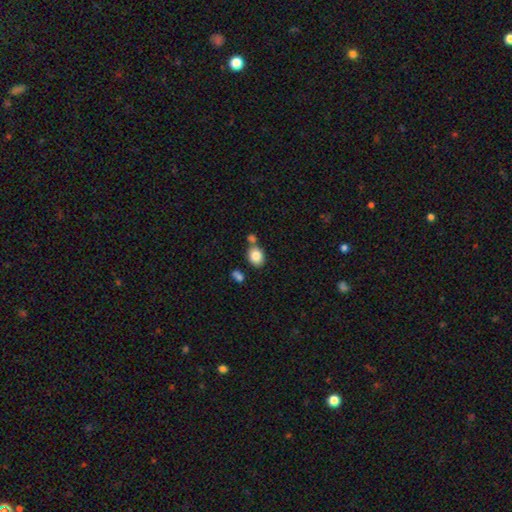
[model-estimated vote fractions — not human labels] smooth_or_featured: smooth (p=0.83) [alt: star or artifact p=0.08]
how_rounded: in between (p=0.52) [alt: round p=0.47]
merging: none (p=0.63) [alt: merger p=0.22]